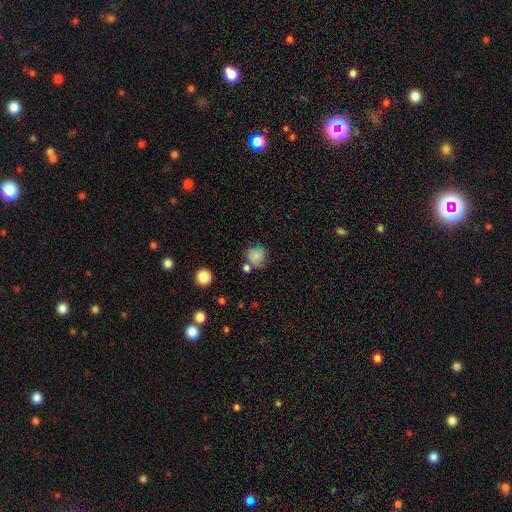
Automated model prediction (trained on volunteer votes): Smooth or featured? Predicted: smooth (p=0.80). How rounded? Predicted: round (p=0.83). Merging? Predicted: none (p=0.60).